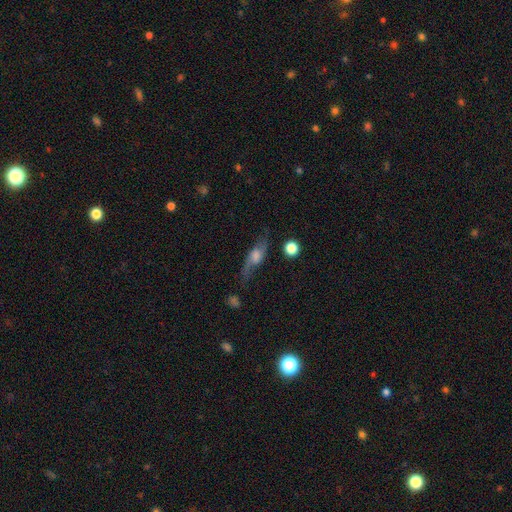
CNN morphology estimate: Overall: featured or disk (64%; smooth 26%). Edge-on disk: no (58%; yes 42%). Merging: none (63%).